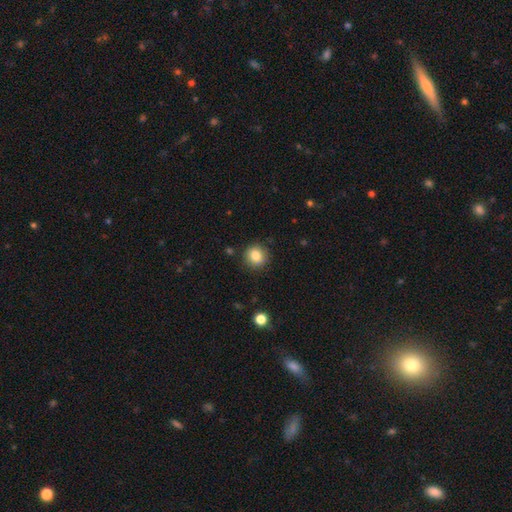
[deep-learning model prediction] Smooth or featured? Predicted: smooth (p=0.83). How rounded? Predicted: round (p=0.91). Merging? Predicted: none (p=0.88).